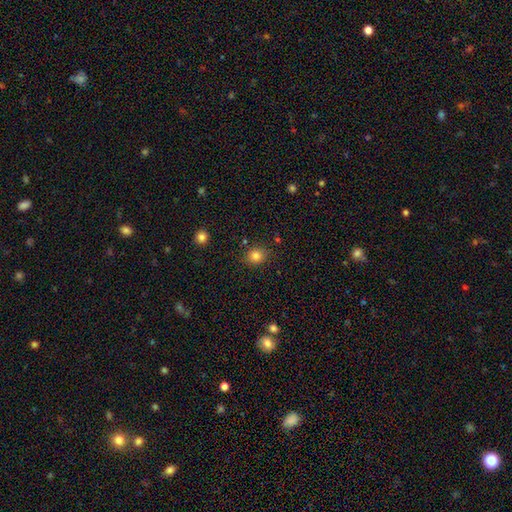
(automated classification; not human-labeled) This is clearly a smooth galaxy (82%). How rounded: likely round (72%). Merging: clearly none (84%).